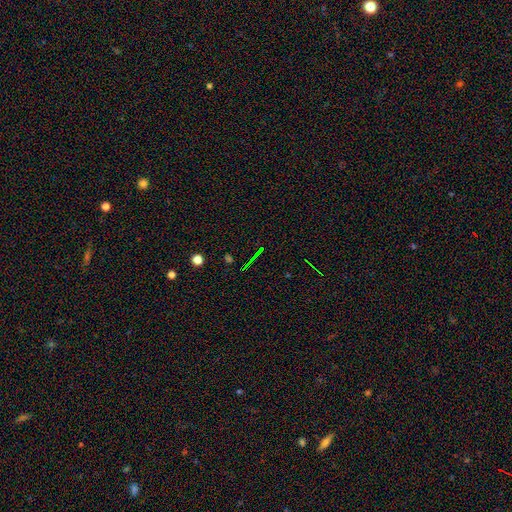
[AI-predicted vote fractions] Smooth or featured?
  - star or artifact: 68% *
  - featured or disk: 16%
  - smooth: 15%